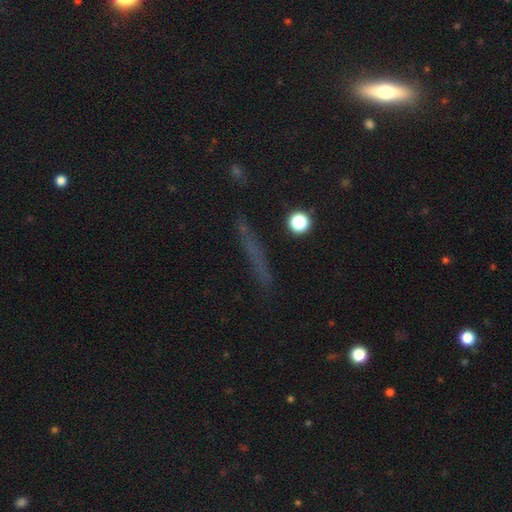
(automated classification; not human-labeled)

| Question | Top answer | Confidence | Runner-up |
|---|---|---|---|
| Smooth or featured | smooth | 40% | featured or disk (33%) |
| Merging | none | 79% | minor disturbance (13%) |